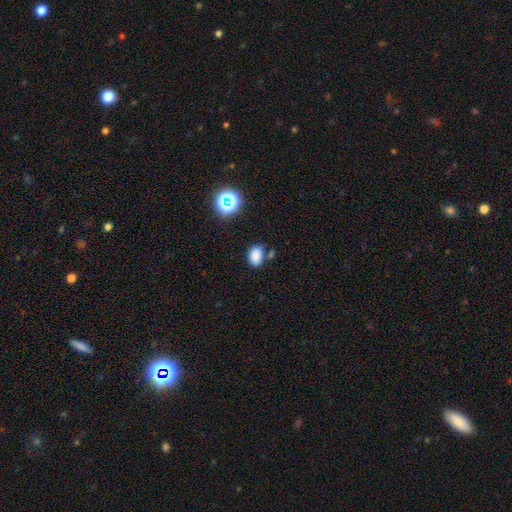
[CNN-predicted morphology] type=smooth (81%); roundness=in between (79%); merging=none (68%).